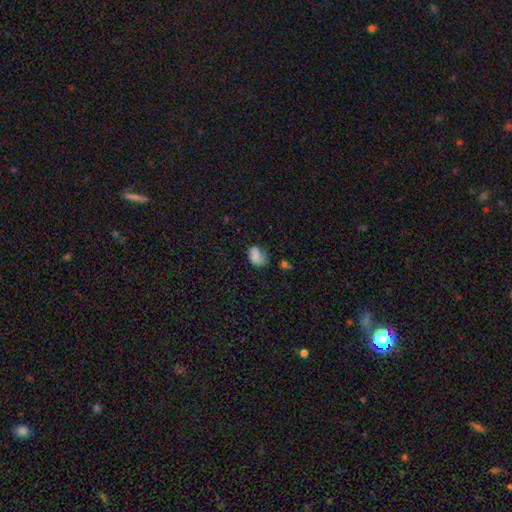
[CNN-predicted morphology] type=smooth (60%); roundness=in between (69%); merging=none (40%).